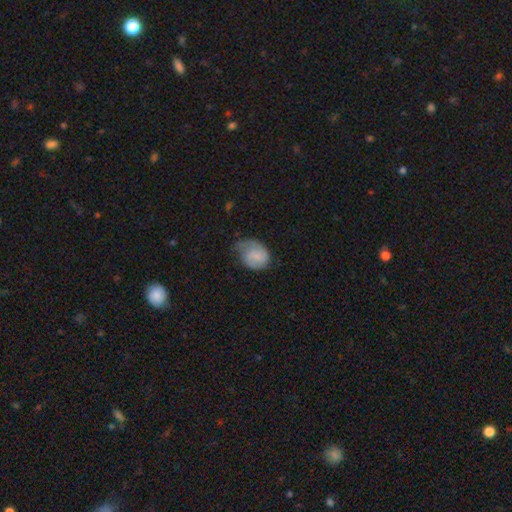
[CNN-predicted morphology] Smooth or featured? smooth (68%)
How rounded? in between (50%)
Merging? minor disturbance (43%)